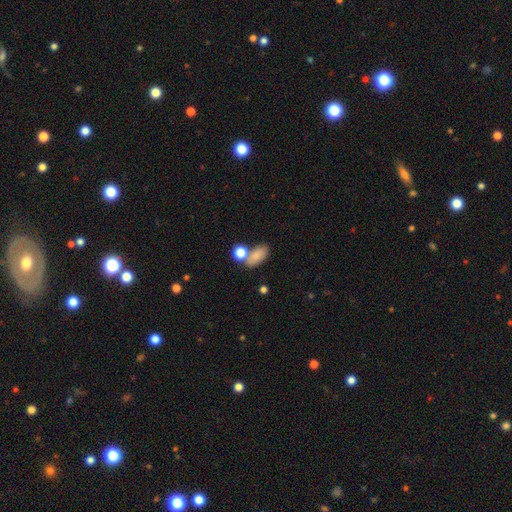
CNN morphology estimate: A smooth galaxy with no disk features (80%) that is in between round and cigar-shaped (84%).

Vote fractions:
- Smooth or featured? smooth: 80% / star or artifact: 10% / featured or disk: 10%
- How rounded? in between: 84% / round: 12% / cigar-shaped: 4%
- Merging? none: 51% / merger: 27% / minor disturbance: 15% / major disturbance: 7%